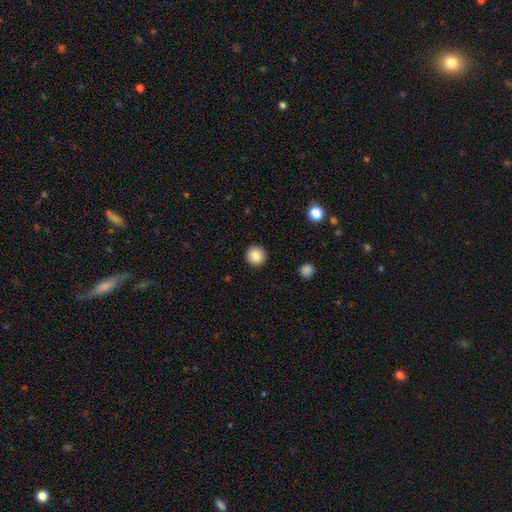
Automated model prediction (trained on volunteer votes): Smooth or featured? Predicted: smooth (p=0.86). How rounded? Predicted: round (p=0.95). Merging? Predicted: none (p=0.92).